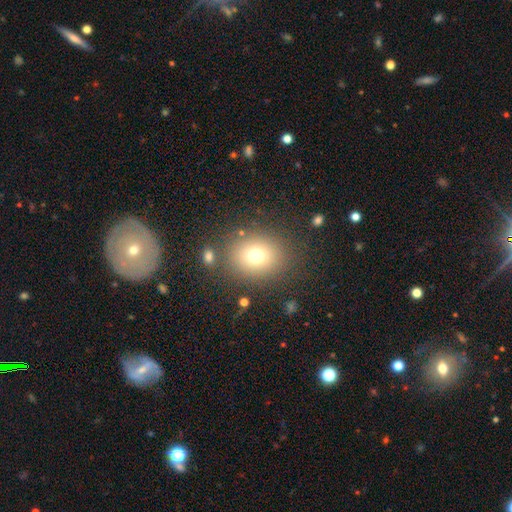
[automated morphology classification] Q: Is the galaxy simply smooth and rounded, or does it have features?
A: smooth — 73%.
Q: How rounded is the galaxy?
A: round — 64%.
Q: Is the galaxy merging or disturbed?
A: none — 80%.